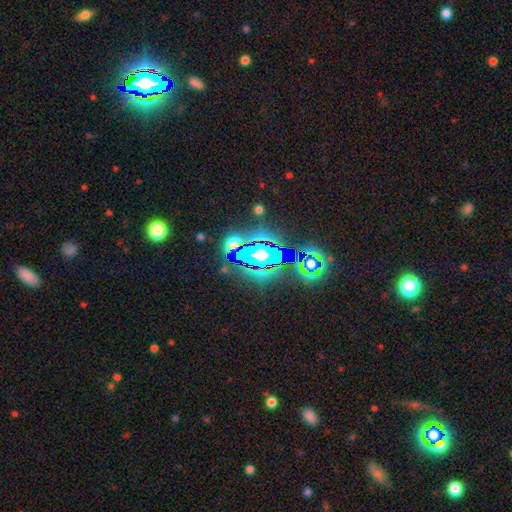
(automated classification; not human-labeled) star or artifact 68%, featured or disk 16%, smooth 16%.